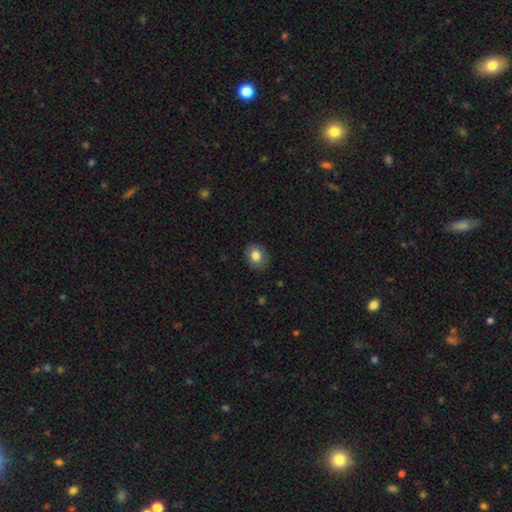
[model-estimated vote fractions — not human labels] The model was most divided on "how rounded": in between: 52%, round: 48%, cigar-shaped: 1%. More confident: merging — none (84%); smooth or featured — smooth (82%).